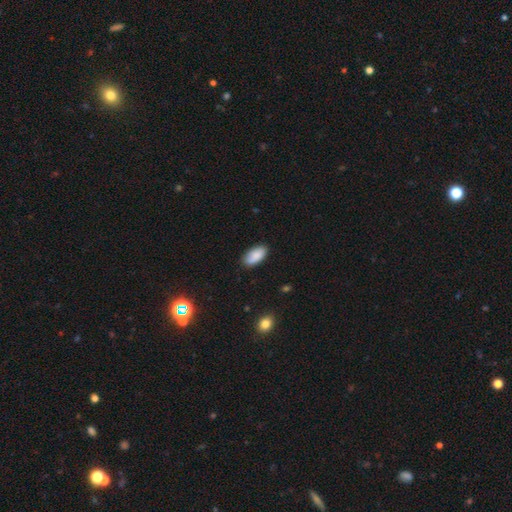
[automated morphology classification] Smooth or featured? Predicted: smooth (p=0.87). How rounded? Predicted: in between (p=0.93). Merging? Predicted: none (p=0.81).